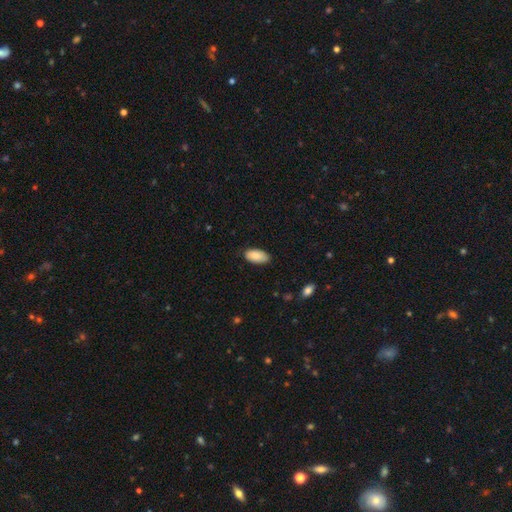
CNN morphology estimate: smooth 88%, star or artifact 6%, featured or disk 6%. Down the decision tree: how rounded — in between (95%); merging — none (81%).